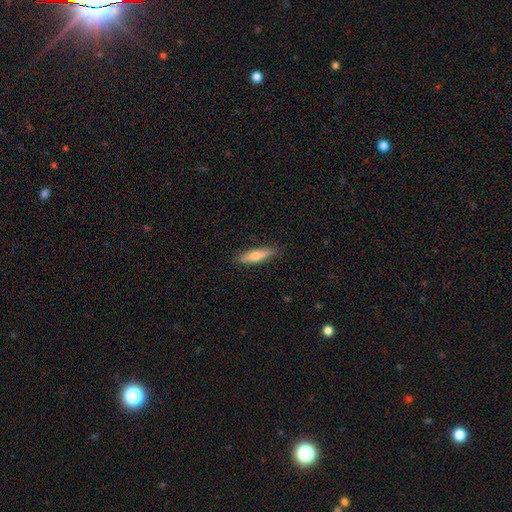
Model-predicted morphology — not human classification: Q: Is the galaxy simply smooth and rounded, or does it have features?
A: smooth — 64%.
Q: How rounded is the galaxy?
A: cigar-shaped — 76%.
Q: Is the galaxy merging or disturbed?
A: none — 89%.